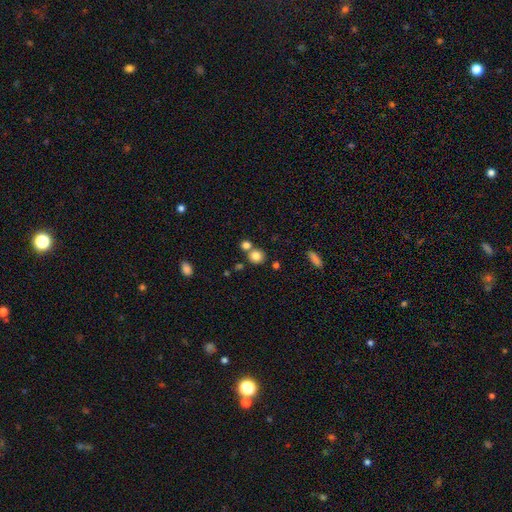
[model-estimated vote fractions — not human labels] A smooth galaxy with no disk features (81%) that is round (86%). Merging: none (61%).